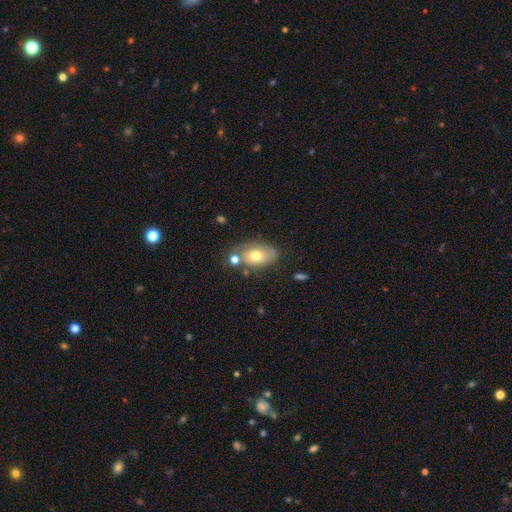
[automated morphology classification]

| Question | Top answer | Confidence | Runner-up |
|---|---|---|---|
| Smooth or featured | smooth | 67% | featured or disk (24%) |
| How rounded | in between | 86% | round (13%) |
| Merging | none | 55% | minor disturbance (21%) |